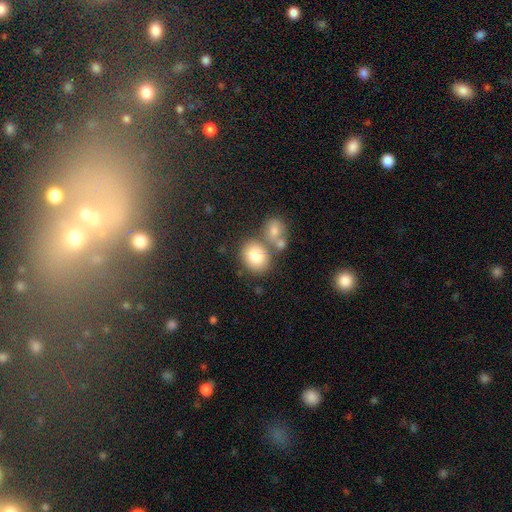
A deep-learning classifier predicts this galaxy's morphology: Smooth or featured: smooth — 81% (featured or disk — 11%)
How rounded: in between — 51% (round — 48%)
Merging: none — 57% (merger — 27%)